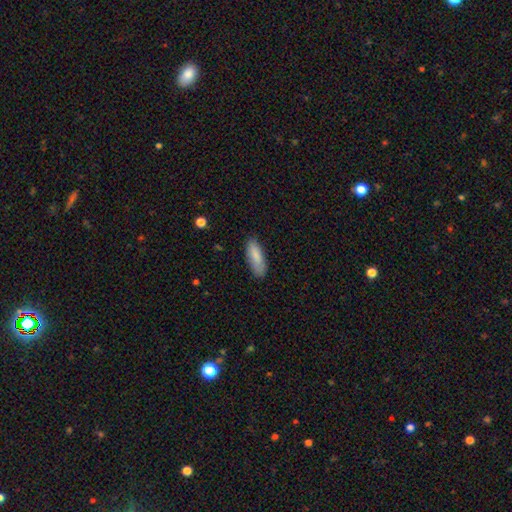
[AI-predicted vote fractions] Smooth or featured?
  - smooth: 85% *
  - featured or disk: 8%
  - star or artifact: 6%
How rounded?
  - in between: 60% *
  - cigar-shaped: 39%
  - round: 2%
Merging?
  - none: 82% *
  - minor disturbance: 14%
  - major disturbance: 3%
  - merger: 1%